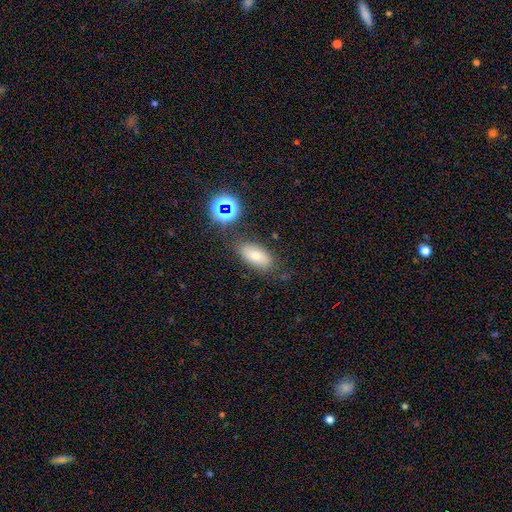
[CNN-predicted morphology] A smooth galaxy with no disk features (72%) that is in between round and cigar-shaped (87%).

Vote fractions:
- Smooth or featured? smooth: 72% / featured or disk: 15% / star or artifact: 13%
- How rounded? in between: 87% / cigar-shaped: 8% / round: 5%
- Merging? none: 74% / minor disturbance: 16% / merger: 6% / major disturbance: 5%